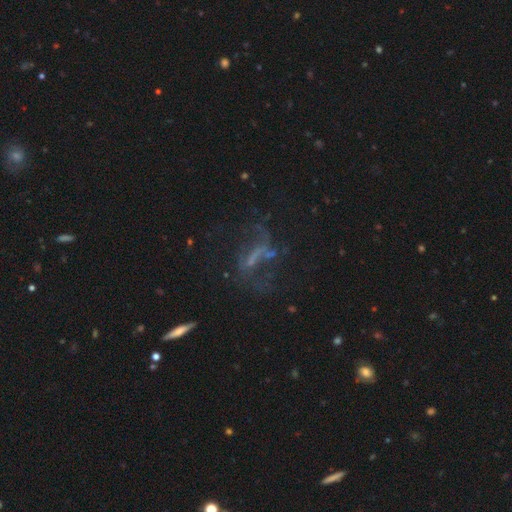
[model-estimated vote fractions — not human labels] Smooth or featured? Predicted: featured or disk (p=0.57). Edge-on disk? Predicted: no (p=0.85). Merging? Predicted: none (p=0.45).